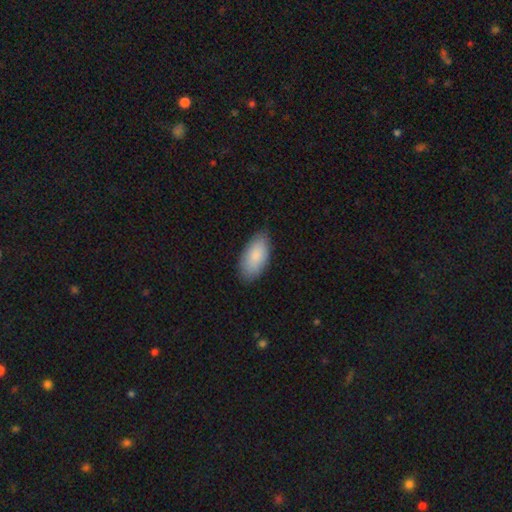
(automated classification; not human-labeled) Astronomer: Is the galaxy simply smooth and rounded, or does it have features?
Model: smooth — 87%.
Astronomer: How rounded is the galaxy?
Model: in between — 94%.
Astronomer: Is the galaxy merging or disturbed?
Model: none — 81%.